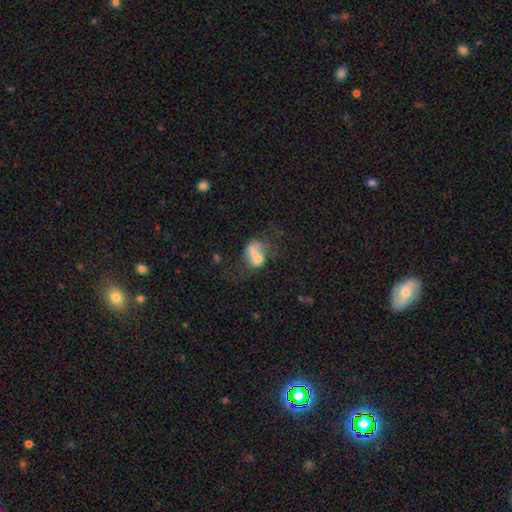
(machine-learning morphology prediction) Smooth or featured? smooth (53%)
How rounded? in between (69%)
Merging? none (32%)